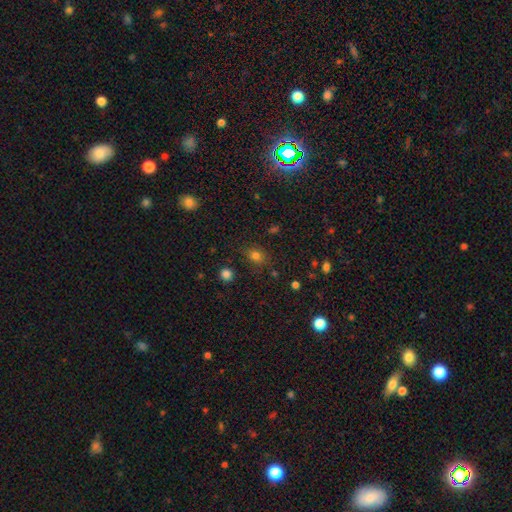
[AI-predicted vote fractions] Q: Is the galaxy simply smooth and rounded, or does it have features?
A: smooth — 77%.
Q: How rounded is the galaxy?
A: round — 50%.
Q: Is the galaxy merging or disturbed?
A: none — 79%.